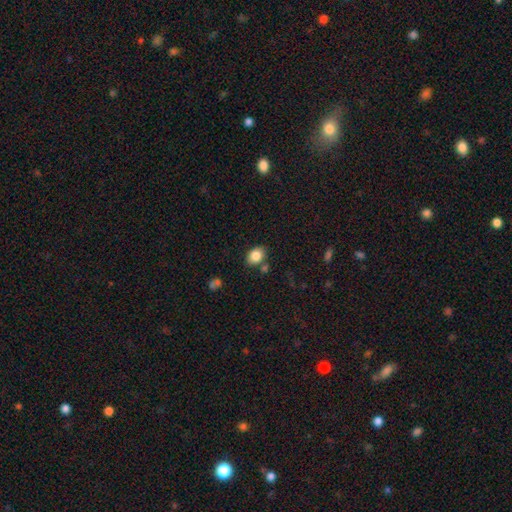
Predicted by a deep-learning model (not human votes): Q: Smooth or featured?
A: smooth (85%); runner-up: star or artifact (9%)
Q: How rounded?
A: in between (68%); runner-up: round (31%)
Q: Merging?
A: none (76%); runner-up: minor disturbance (13%)